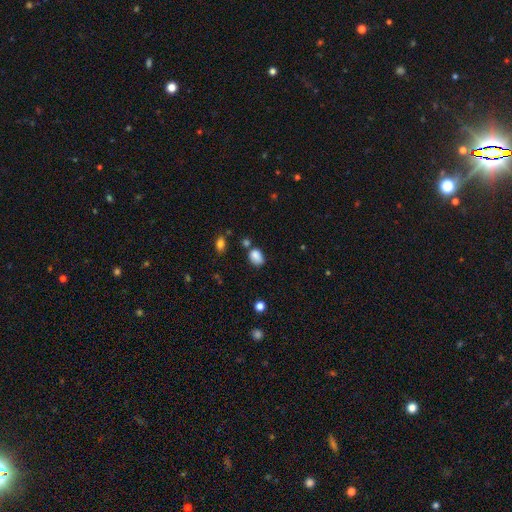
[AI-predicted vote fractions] Smooth or featured? Predicted: smooth (p=0.83). How rounded? Predicted: in between (p=0.73). Merging? Predicted: none (p=0.56).